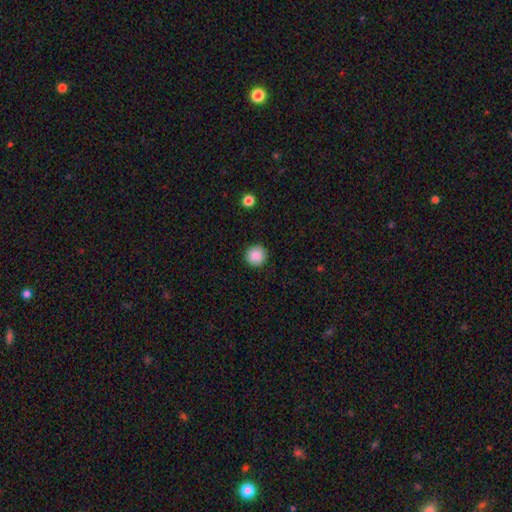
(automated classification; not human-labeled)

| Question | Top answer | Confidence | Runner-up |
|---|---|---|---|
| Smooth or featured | smooth | 88% | star or artifact (9%) |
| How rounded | round | 95% | in between (4%) |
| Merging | none | 92% | minor disturbance (5%) |